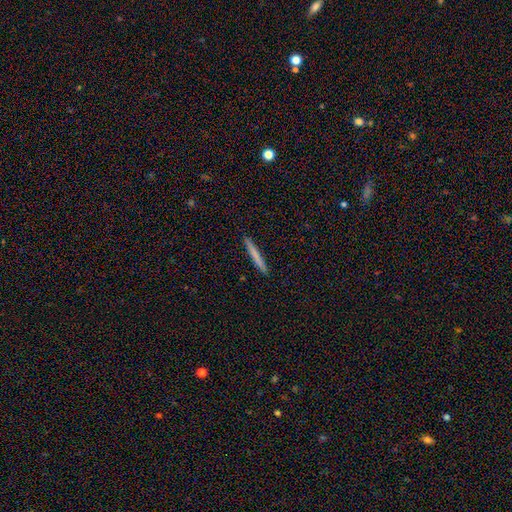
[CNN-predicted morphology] Overall: smooth (73%). How rounded: cigar-shaped (97%). Merging: none (93%).